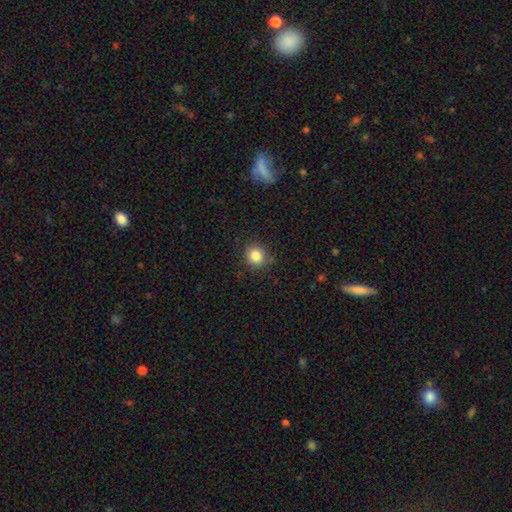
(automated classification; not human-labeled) The model was most divided on "how rounded": round: 85%, in between: 15%, cigar-shaped: 1%. More confident: smooth or featured — smooth (84%); merging — none (84%).